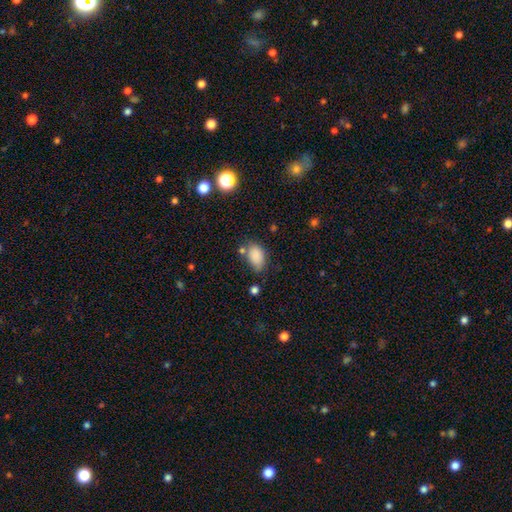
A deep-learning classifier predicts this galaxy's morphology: smooth_or_featured: smooth (p=0.85) [alt: star or artifact p=0.09]
how_rounded: in between (p=0.88) [alt: round p=0.10]
merging: none (p=0.57) [alt: minor disturbance p=0.26]